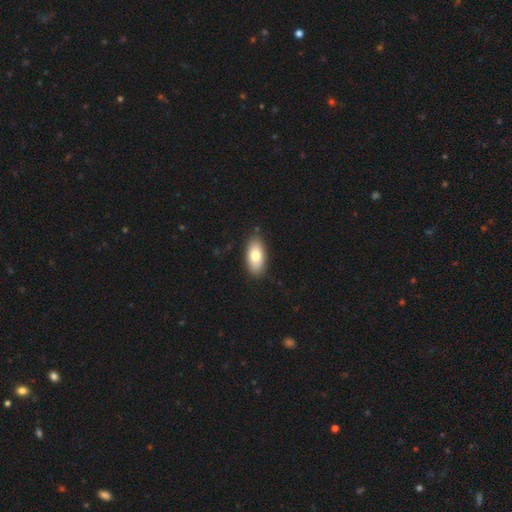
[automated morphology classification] This is likely a smooth galaxy (76%). How rounded: clearly in between (90%). Merging: clearly none (85%).